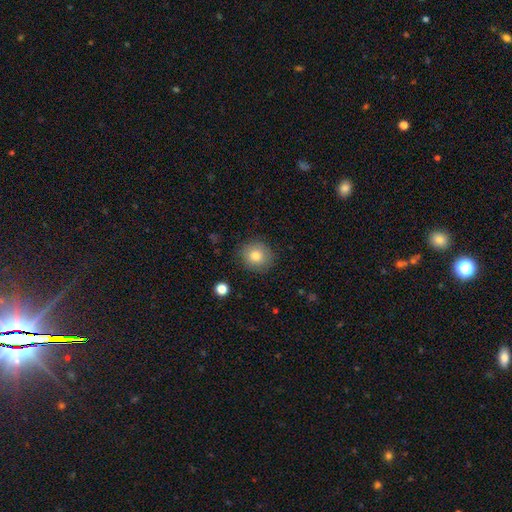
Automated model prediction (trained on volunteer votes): A smooth galaxy with no disk features (81%) that is round (88%).

Vote fractions:
- Smooth or featured? smooth: 81% / star or artifact: 10% / featured or disk: 9%
- How rounded? round: 88% / in between: 11% / cigar-shaped: 1%
- Merging? none: 87% / minor disturbance: 9% / major disturbance: 3% / merger: 1%